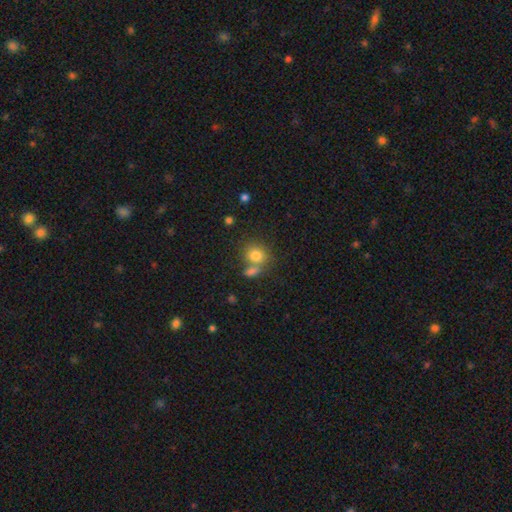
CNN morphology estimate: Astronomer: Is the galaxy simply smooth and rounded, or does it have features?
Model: smooth — 80%.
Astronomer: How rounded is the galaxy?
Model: round — 74%.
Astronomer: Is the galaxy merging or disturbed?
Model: none — 52% (runner-up: merger, 33%).